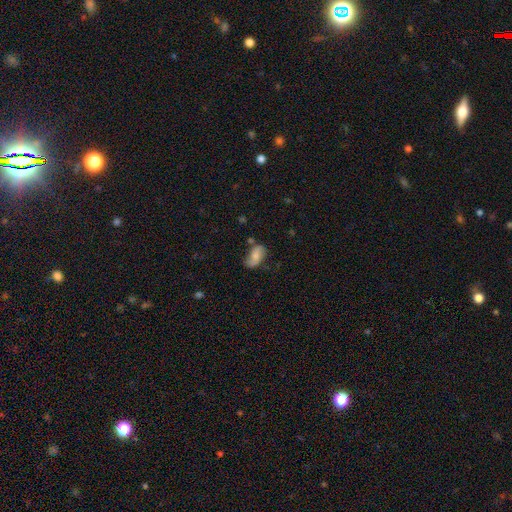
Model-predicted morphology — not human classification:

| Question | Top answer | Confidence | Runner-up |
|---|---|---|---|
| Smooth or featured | smooth | 54% | featured or disk (38%) |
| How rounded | in between | 92% | round (5%) |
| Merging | none | 59% | minor disturbance (27%) |